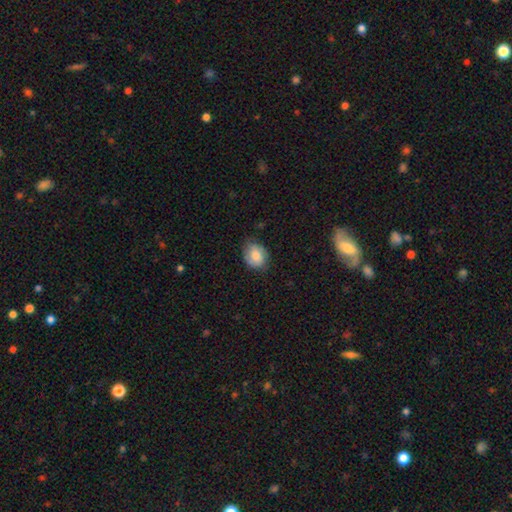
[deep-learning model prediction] This appears to be a smooth galaxy with no disk features (75%) that is in between round and cigar-shaped (61%). Merging: none (71%).